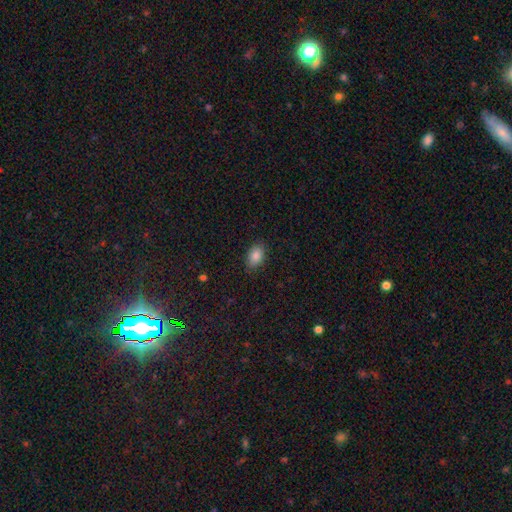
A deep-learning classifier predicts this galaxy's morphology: Smooth or featured? Predicted: smooth (p=0.87). How rounded? Predicted: in between (p=0.89). Merging? Predicted: none (p=0.86).